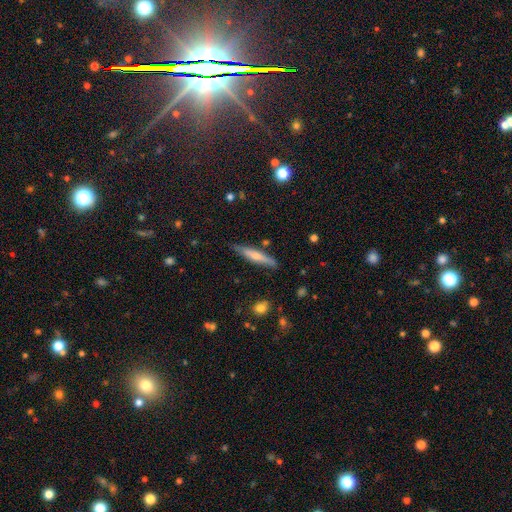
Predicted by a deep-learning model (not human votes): Smooth or featured? Predicted: smooth (p=0.52). How rounded? Predicted: cigar-shaped (p=0.89). Merging? Predicted: none (p=0.81).